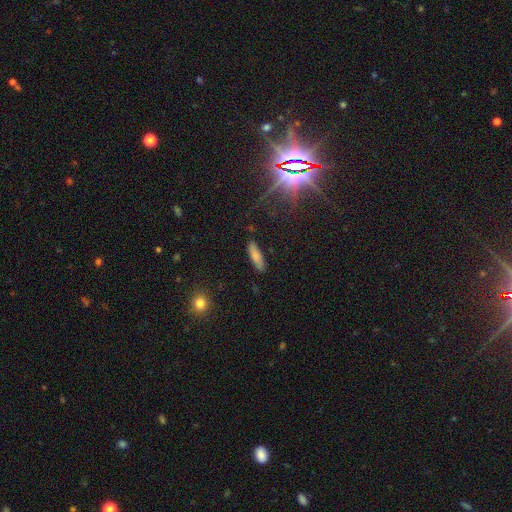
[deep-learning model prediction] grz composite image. It shows a smooth galaxy with no disk features (80%) that is cigar-shaped (64%). Merging: none (86%).